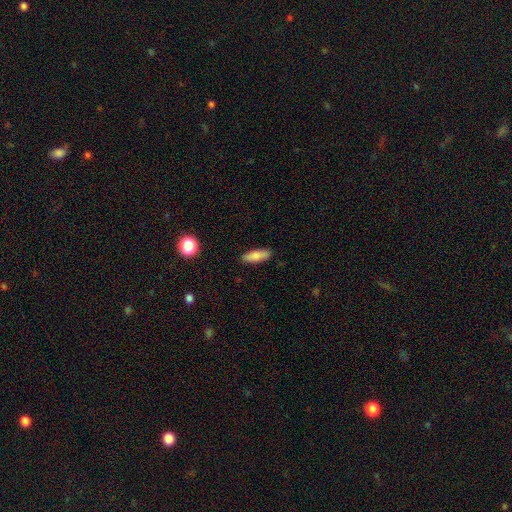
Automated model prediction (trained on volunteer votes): Smooth or featured? Predicted: smooth (p=0.82). How rounded? Predicted: in between (p=0.58). Merging? Predicted: none (p=0.88).